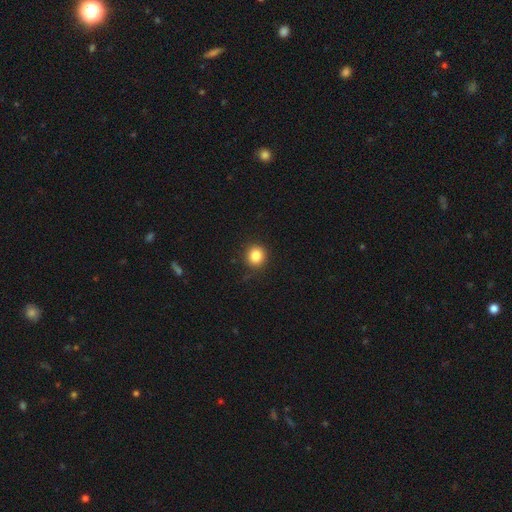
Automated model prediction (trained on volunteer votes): smooth_or_featured: smooth (p=0.85) [alt: star or artifact p=0.10]
how_rounded: round (p=0.91) [alt: in between p=0.08]
merging: none (p=0.89) [alt: minor disturbance p=0.08]